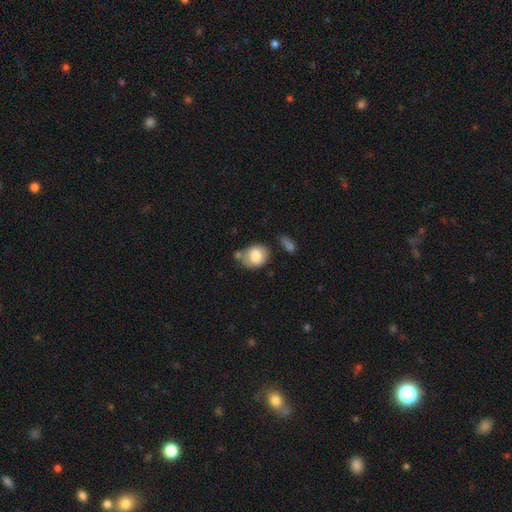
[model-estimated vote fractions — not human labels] A smooth galaxy with no disk features (77%) that is round (54%).

Vote fractions:
- Smooth or featured? smooth: 77% / featured or disk: 15% / star or artifact: 7%
- How rounded? round: 54% / in between: 44% / cigar-shaped: 1%
- Merging? none: 57% / minor disturbance: 21% / merger: 15% / major disturbance: 7%